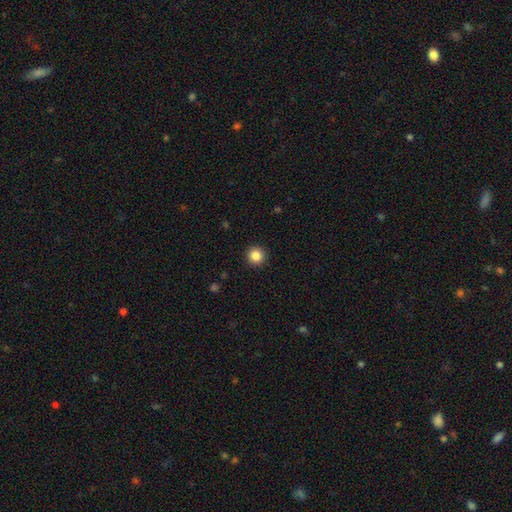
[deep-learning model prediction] Smooth or featured? smooth (85%)
How rounded? round (95%)
Merging? none (93%)